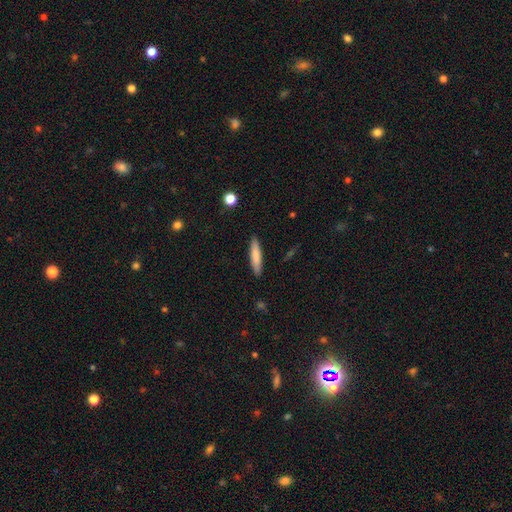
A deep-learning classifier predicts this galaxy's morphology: Q: Smooth or featured?
A: smooth (80%); runner-up: featured or disk (14%)
Q: How rounded?
A: cigar-shaped (83%); runner-up: in between (16%)
Q: Merging?
A: none (89%); runner-up: minor disturbance (8%)